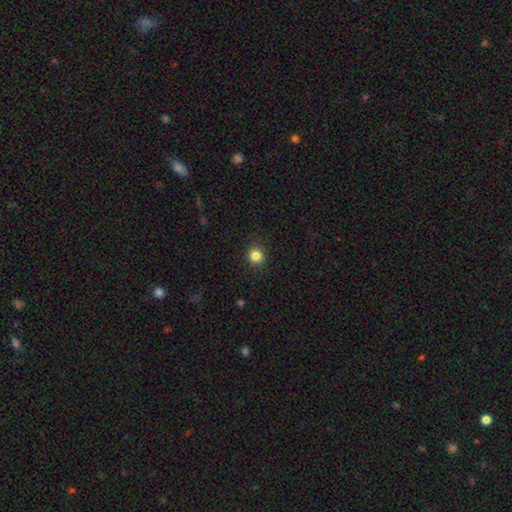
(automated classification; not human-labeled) Smooth or featured? Predicted: smooth (p=0.84). How rounded? Predicted: round (p=0.89). Merging? Predicted: none (p=0.91).